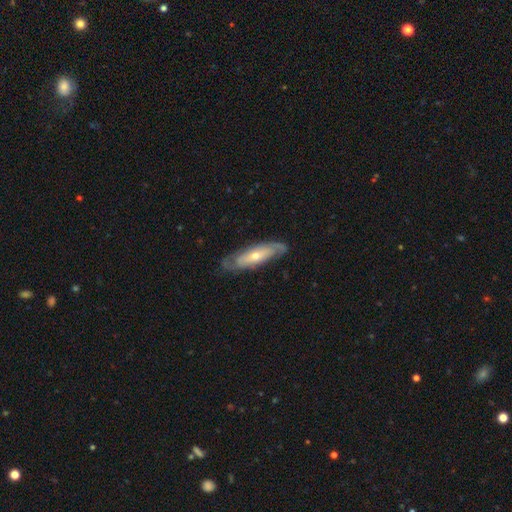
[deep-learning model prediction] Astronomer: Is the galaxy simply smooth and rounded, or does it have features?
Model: featured or disk — 67%.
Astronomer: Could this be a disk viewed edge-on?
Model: no — 71%.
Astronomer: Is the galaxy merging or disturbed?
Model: none — 76%.